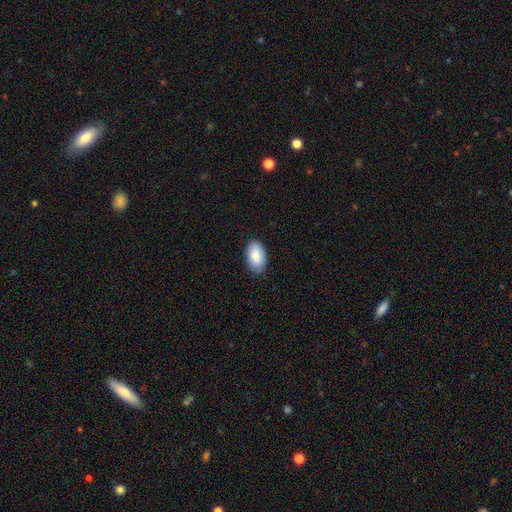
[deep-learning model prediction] Overall: smooth (86%). How rounded: in between (94%). Merging: none (84%).